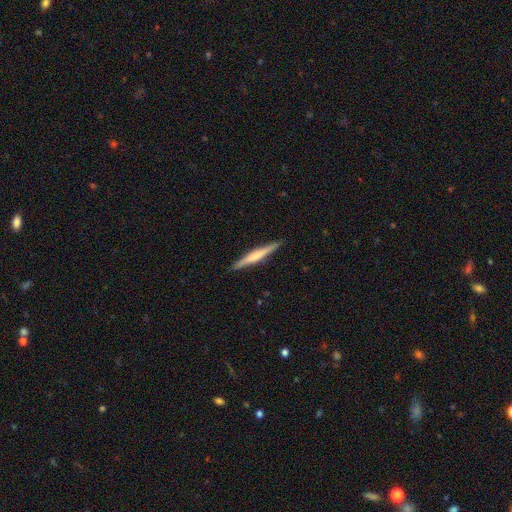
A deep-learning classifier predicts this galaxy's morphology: featured or disk 55%, smooth 39%, star or artifact 5%. Down the decision tree: edge-on disk — yes (98%); edge-on bulge — rounded (46%); merging — none (91%).